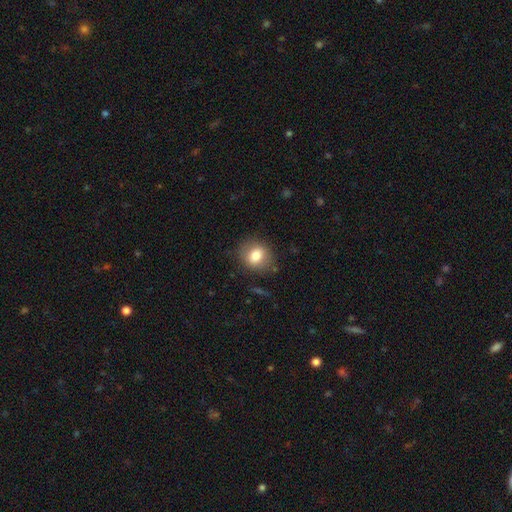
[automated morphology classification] Q: Smooth or featured?
A: smooth (78%); runner-up: featured or disk (13%)
Q: How rounded?
A: round (63%); runner-up: in between (35%)
Q: Merging?
A: none (81%); runner-up: minor disturbance (13%)